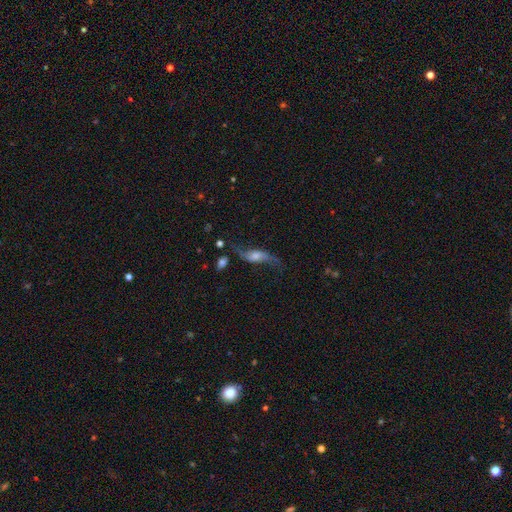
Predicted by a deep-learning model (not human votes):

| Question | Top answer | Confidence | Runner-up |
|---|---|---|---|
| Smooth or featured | featured or disk | 77% | smooth (14%) |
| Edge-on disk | no | 80% | yes (20%) |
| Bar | no | 50% | weak (35%) |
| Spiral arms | yes | 93% | no (7%) |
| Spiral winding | loose | 90% | medium (7%) |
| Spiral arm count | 2 | 92% | 1 (3%) |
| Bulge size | moderate | 40% | small (33%) |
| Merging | none | 63% | minor disturbance (18%) |